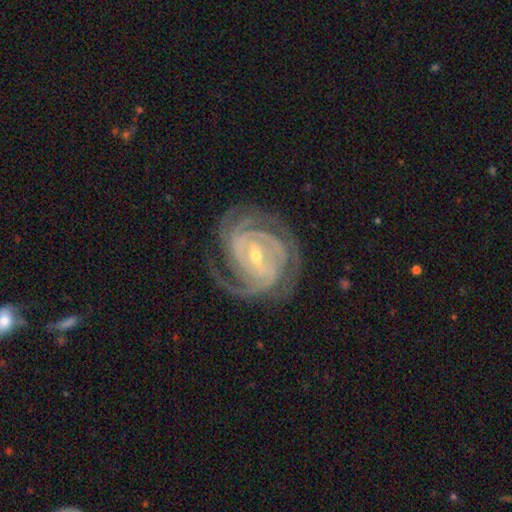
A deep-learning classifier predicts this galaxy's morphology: Smooth or featured? featured or disk (93%)
Edge-on disk? no (97%)
Bar? weak (41%)
Spiral arms? yes (99%)
Spiral winding? tight (75%)
Spiral arm count? 3 (34%)
Bulge size? small (61%)
Merging? none (78%)